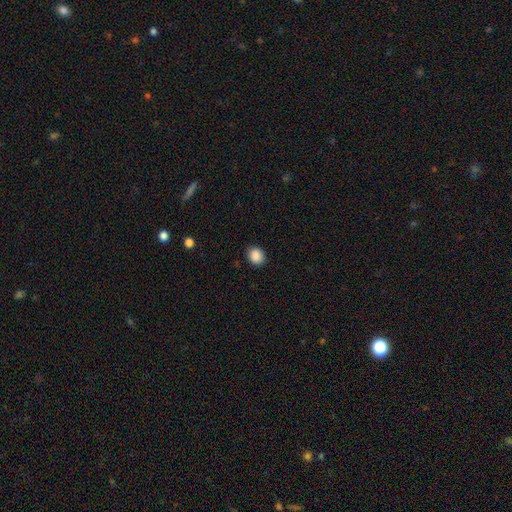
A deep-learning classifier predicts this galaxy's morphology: smooth_or_featured: smooth (p=0.88) [alt: star or artifact p=0.09]
how_rounded: round (p=0.61) [alt: in between p=0.38]
merging: none (p=0.88) [alt: minor disturbance p=0.09]